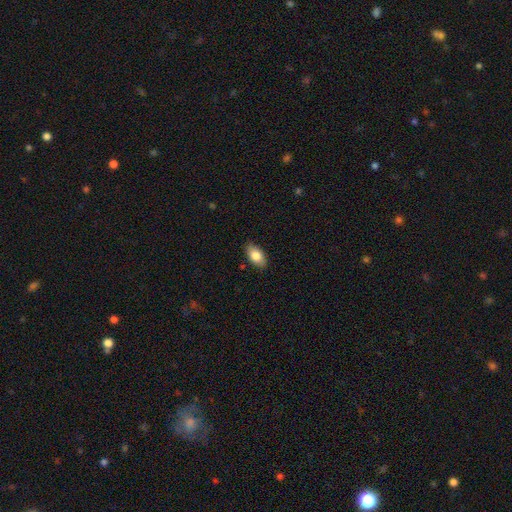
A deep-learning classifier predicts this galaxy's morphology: type=smooth (81%); roundness=in between (92%); merging=none (87%).